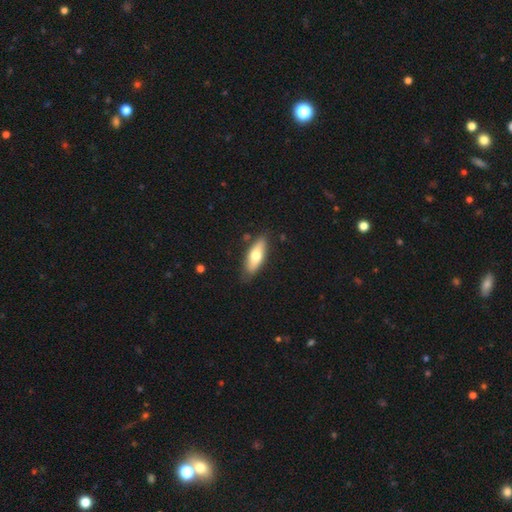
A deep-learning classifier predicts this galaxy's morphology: This is likely a smooth galaxy (65%). How rounded: likely in between (65%). Merging: clearly none (82%).